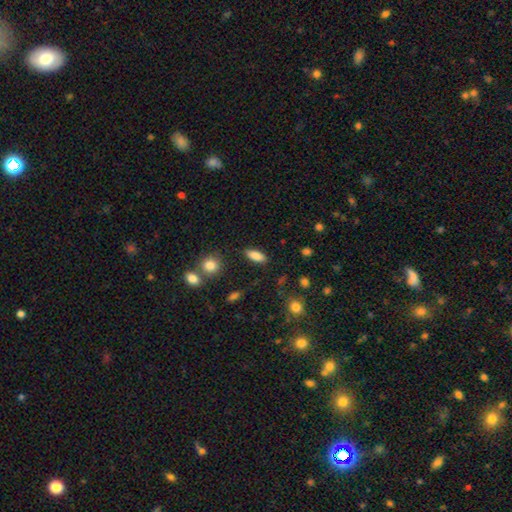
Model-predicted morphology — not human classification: smooth-or-featured: smooth: 84% | star or artifact: 8% | featured or disk: 8%
  how-rounded: in between: 78% | cigar-shaped: 18% | round: 3%
  merging: none: 86% | minor disturbance: 9% | major disturbance: 3% | merger: 2%